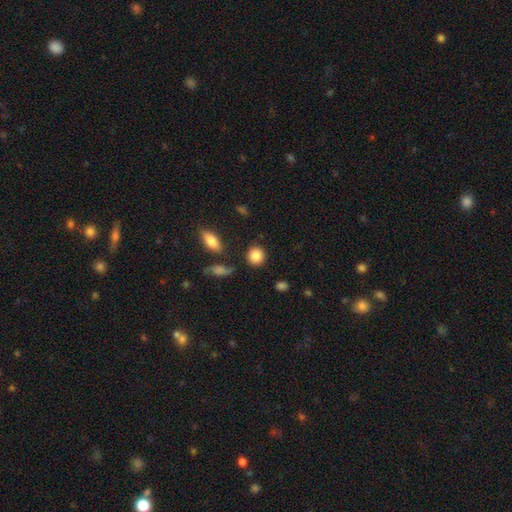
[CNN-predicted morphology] Smooth or featured? smooth (86%)
How rounded? round (87%)
Merging? none (84%)